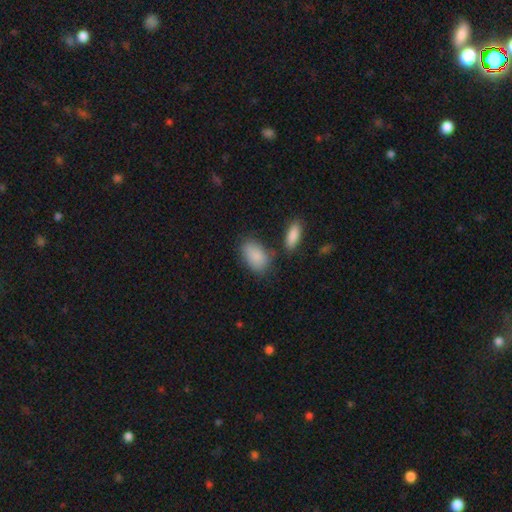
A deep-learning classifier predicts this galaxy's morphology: smooth_or_featured: smooth (p=0.87) [alt: star or artifact p=0.06]
how_rounded: in between (p=0.91) [alt: round p=0.07]
merging: none (p=0.66) [alt: minor disturbance p=0.18]